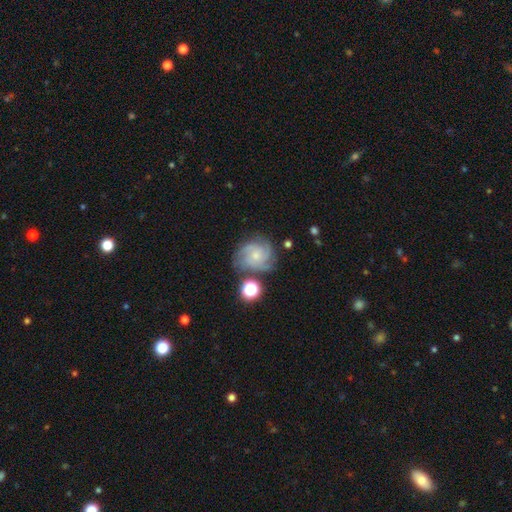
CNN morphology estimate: Overall: featured or disk (75%). Edge-on disk: no (98%). Bar: no (75%). Spiral arms: yes (95%). Spiral arm count: 3 (32%; 4 28%). Spiral winding: tight (51%; medium 39%). Bulge size: small (59%; moderate 31%). Merging: none (67%).